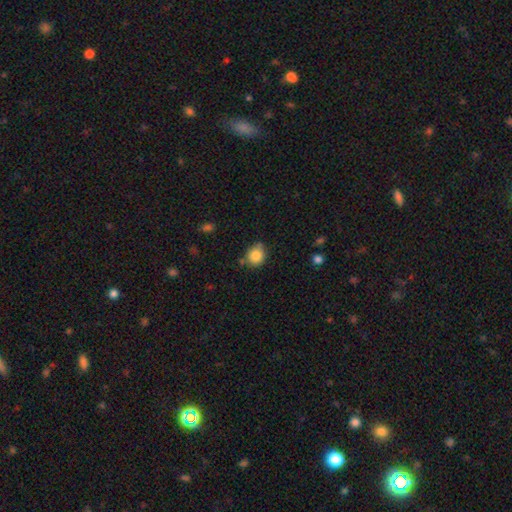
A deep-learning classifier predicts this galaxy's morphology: type=smooth (84%); roundness=round (77%); merging=none (68%).